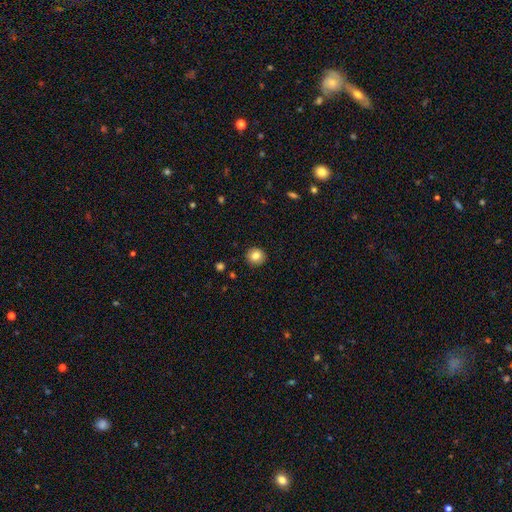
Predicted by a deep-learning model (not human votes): smooth_or_featured: smooth (p=0.83) [alt: star or artifact p=0.09]
how_rounded: round (p=0.90) [alt: in between p=0.09]
merging: none (p=0.91) [alt: minor disturbance p=0.06]